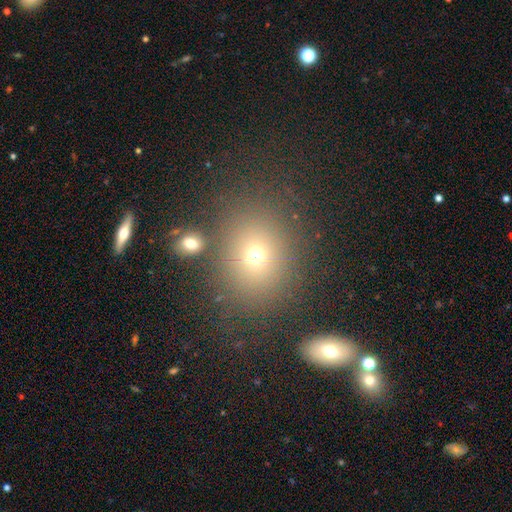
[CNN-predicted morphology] Smooth or featured?
  - smooth: 68% *
  - star or artifact: 20%
  - featured or disk: 12%
How rounded?
  - round: 63% *
  - in between: 36%
  - cigar-shaped: 1%
Merging?
  - none: 80% *
  - minor disturbance: 10%
  - merger: 5%
  - major disturbance: 5%